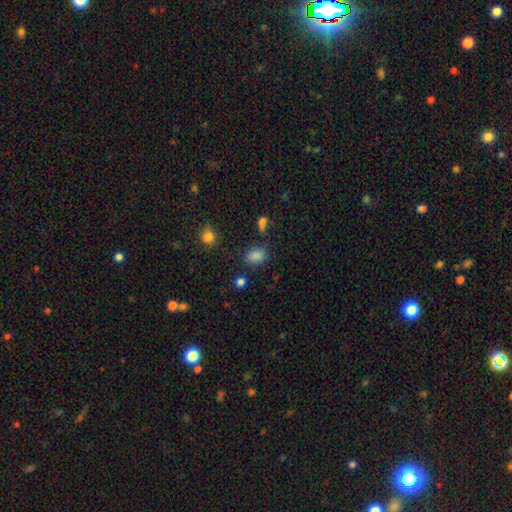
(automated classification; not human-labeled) The model was most divided on "how rounded": in between: 77%, round: 22%, cigar-shaped: 1%. More confident: smooth or featured — smooth (84%); merging — none (75%).